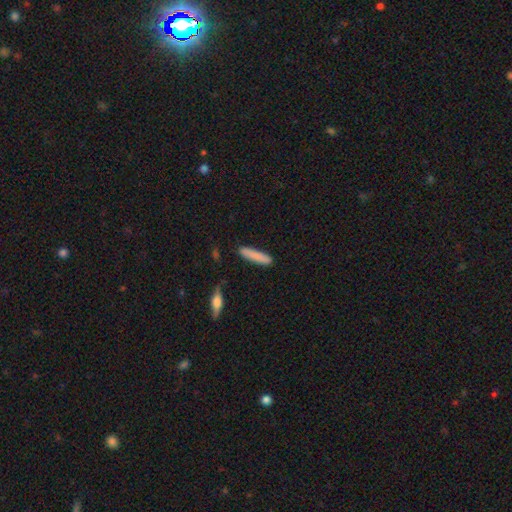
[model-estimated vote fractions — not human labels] Overall: smooth (83%). How rounded: cigar-shaped (88%). Merging: none (84%).